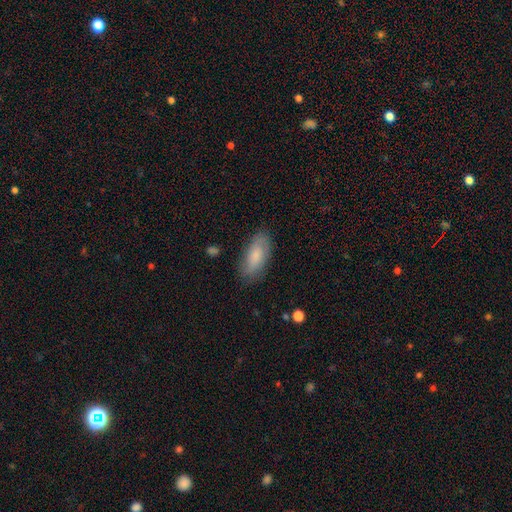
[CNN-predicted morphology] This appears to be a smooth galaxy with no disk features (76%) that is in between round and cigar-shaped (85%). Merging: none (81%).